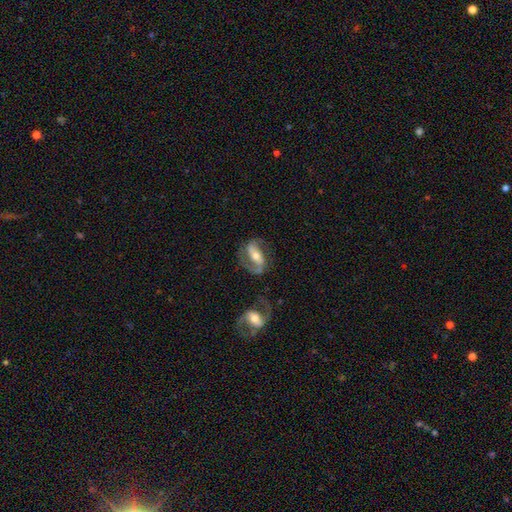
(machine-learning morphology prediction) featured or disk 80%, smooth 14%, star or artifact 6%. Down the decision tree: edge-on disk — no (94%); bar — strong (53%); spiral arms — yes (92%); spiral arm count — 2 (87%); spiral winding — medium (49%); bulge size — moderate (60%); merging — none (60%).